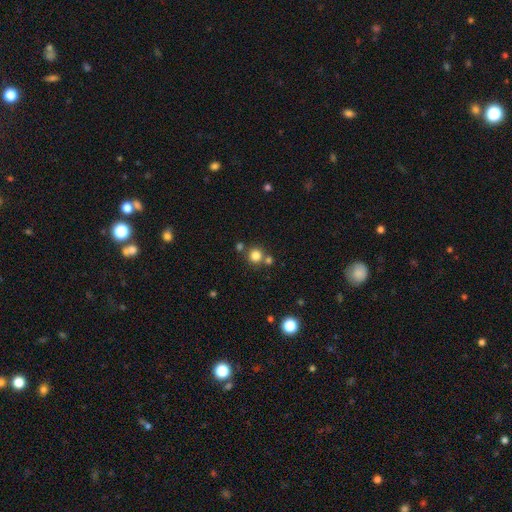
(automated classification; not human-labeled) The model was most divided on "merging": none: 70%, merger: 20%, minor disturbance: 8%, major disturbance: 3%. More confident: how rounded — round (93%); smooth or featured — smooth (80%).